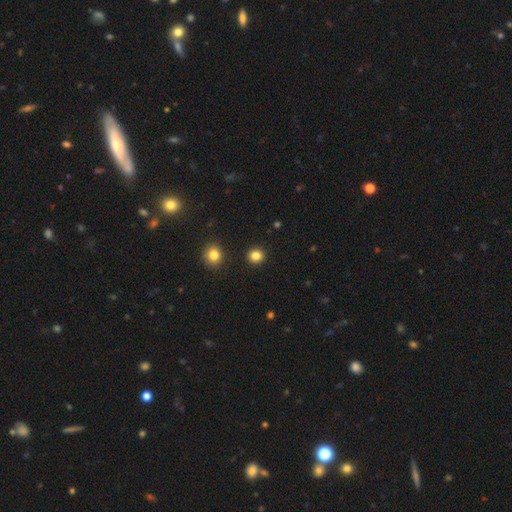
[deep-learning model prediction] smooth 83%, star or artifact 12%, featured or disk 4%. Down the decision tree: how rounded — round (90%); merging — none (92%).